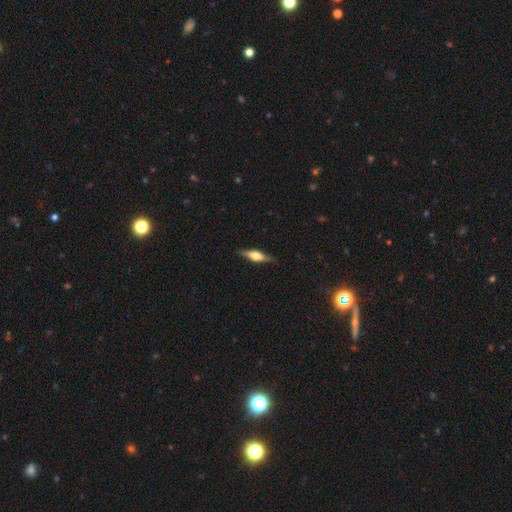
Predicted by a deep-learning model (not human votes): Q: Smooth or featured?
A: featured or disk (60%); runner-up: smooth (34%)
Q: Edge-on disk?
A: yes (95%); runner-up: no (5%)
Q: Edge-on bulge?
A: rounded (83%); runner-up: boxy (14%)
Q: Merging?
A: none (86%); runner-up: minor disturbance (10%)